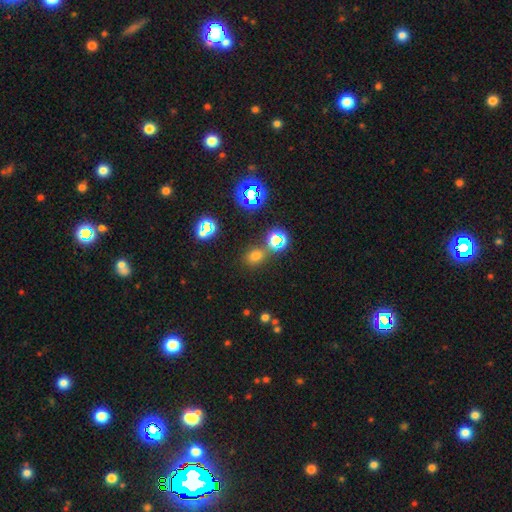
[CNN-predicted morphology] Smooth or featured? smooth (61%)
How rounded? round (64%)
Merging? none (70%)